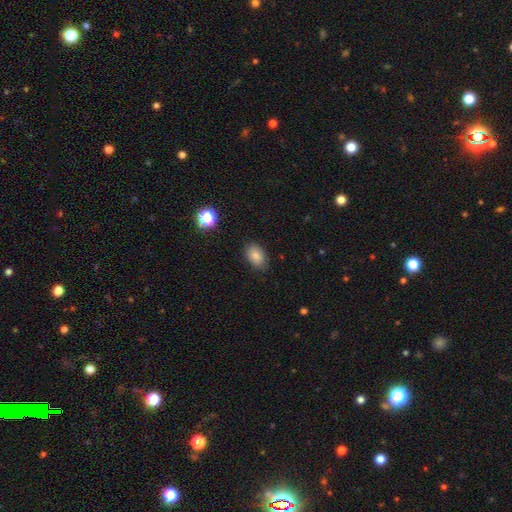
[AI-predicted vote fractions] smooth 83%, star or artifact 10%, featured or disk 7%. Down the decision tree: how rounded — in between (85%); merging — none (84%).